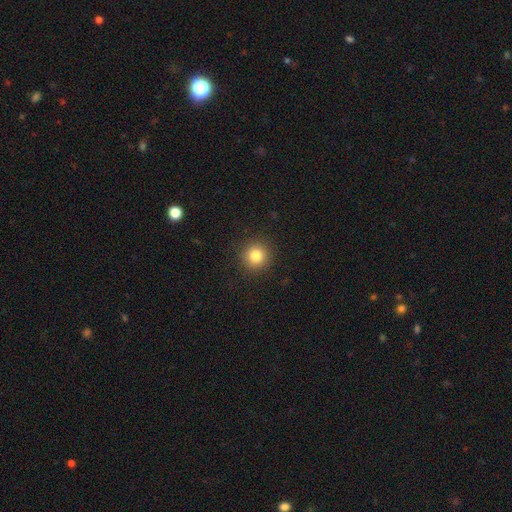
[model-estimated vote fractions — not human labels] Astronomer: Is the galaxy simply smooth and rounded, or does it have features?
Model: smooth — 83%.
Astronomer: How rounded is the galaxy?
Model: round — 95%.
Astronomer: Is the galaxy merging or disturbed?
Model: none — 92%.